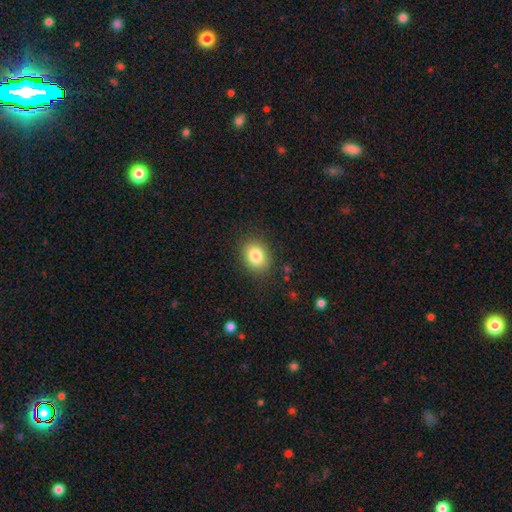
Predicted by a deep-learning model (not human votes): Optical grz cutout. It shows a smooth galaxy with no disk features (83%) that is round (51%). Merging: none (86%).